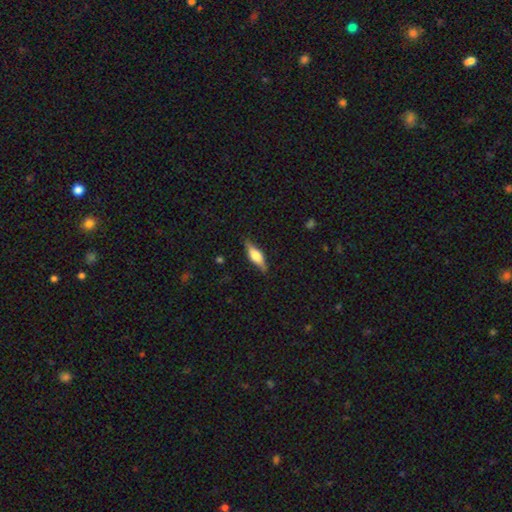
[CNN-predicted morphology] Overall: smooth (47%, tied with featured or disk). Merging: none (83%).